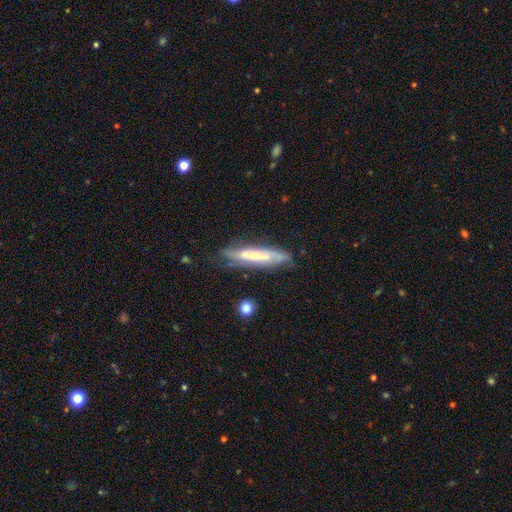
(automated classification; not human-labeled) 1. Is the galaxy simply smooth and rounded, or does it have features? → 58% featured or disk, 35% smooth, 7% star or artifact.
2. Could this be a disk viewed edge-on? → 57% yes, 43% no.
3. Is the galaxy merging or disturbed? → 65% none, 23% minor disturbance, 8% major disturbance, 3% merger.